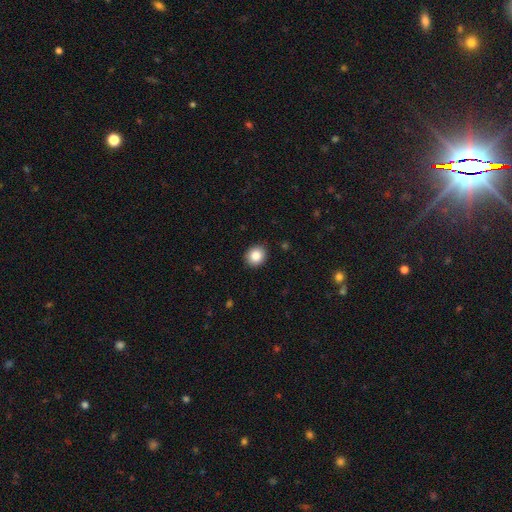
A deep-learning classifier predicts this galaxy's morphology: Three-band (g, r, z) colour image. It shows a smooth galaxy with no disk features (86%) that is round (77%). Merging: none (91%).